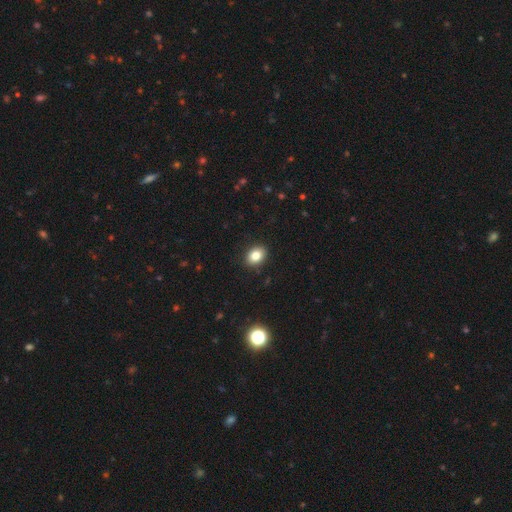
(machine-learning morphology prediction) smooth-or-featured: smooth: 84% | star or artifact: 10% | featured or disk: 6%
  how-rounded: in between: 63% | round: 36% | cigar-shaped: 1%
  merging: none: 90% | minor disturbance: 7% | major disturbance: 2% | merger: 1%